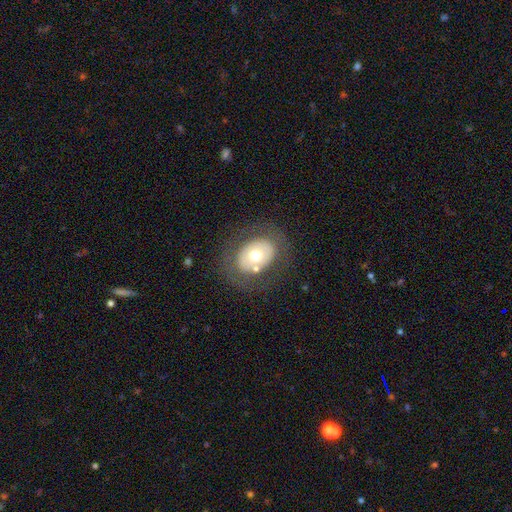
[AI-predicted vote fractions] Smooth or featured? Predicted: smooth (p=0.57). How rounded? Predicted: in between (p=0.61). Merging? Predicted: none (p=0.74).